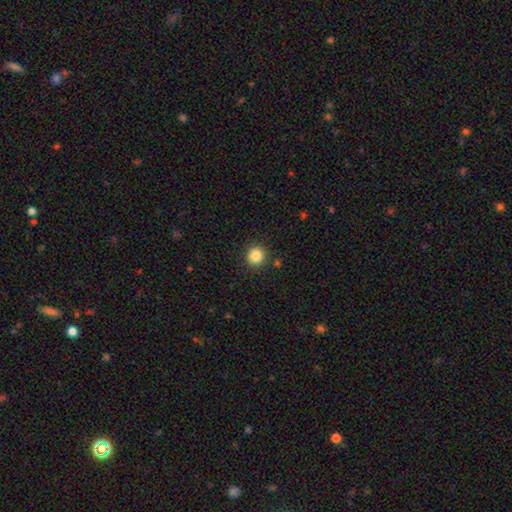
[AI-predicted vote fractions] This appears to be a smooth galaxy with no disk features (85%) that is round (91%). Merging: none (90%).